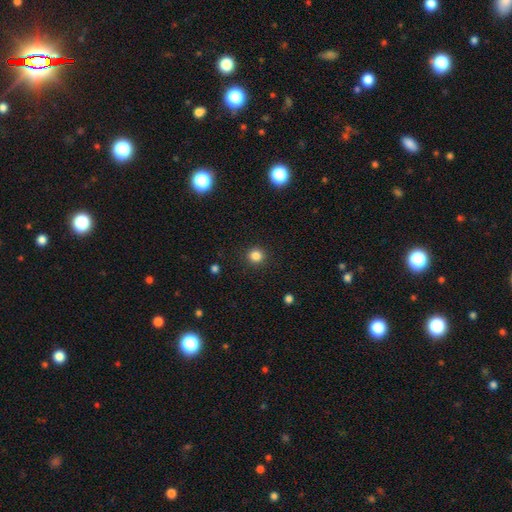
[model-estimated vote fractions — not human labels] The model was most divided on "smooth or featured": smooth: 84%, star or artifact: 12%, featured or disk: 4%. More confident: how rounded — round (92%); merging — none (91%).